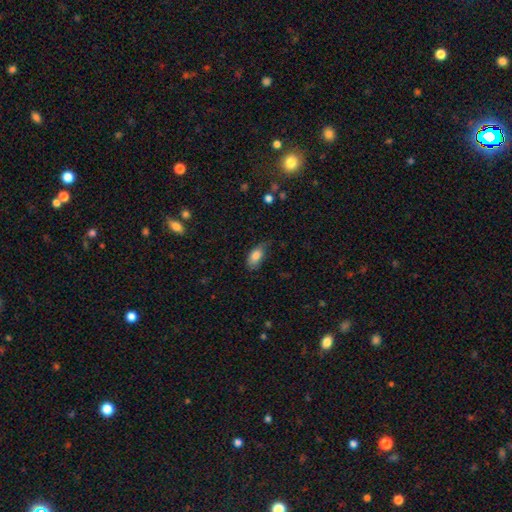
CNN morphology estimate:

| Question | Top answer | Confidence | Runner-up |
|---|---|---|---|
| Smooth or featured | smooth | 81% | featured or disk (11%) |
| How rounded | in between | 90% | round (5%) |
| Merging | none | 53% | minor disturbance (35%) |